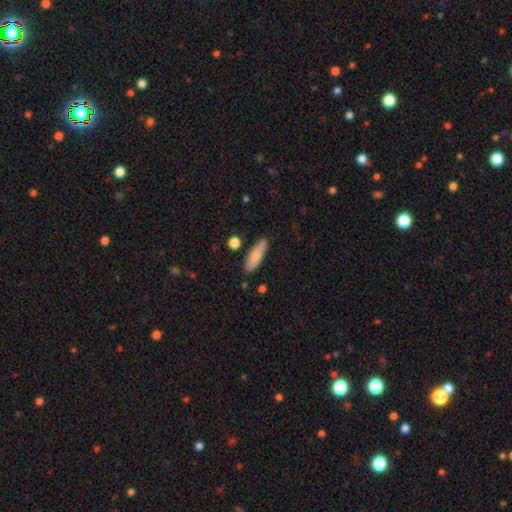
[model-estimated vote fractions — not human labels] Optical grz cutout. It shows a smooth galaxy with no disk features (76%) that is cigar-shaped (49%, tied with in between). Merging: none (82%).